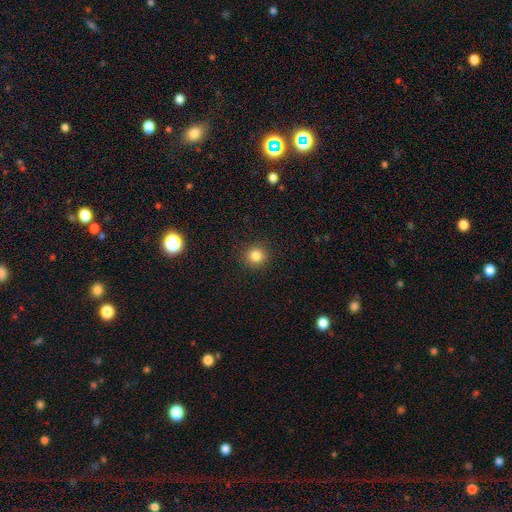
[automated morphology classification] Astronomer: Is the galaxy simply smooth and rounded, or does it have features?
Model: smooth — 84%.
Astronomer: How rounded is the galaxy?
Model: round — 93%.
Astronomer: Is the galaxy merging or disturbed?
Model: none — 91%.